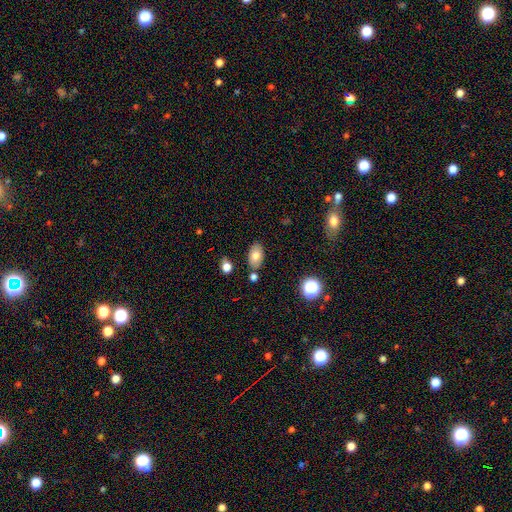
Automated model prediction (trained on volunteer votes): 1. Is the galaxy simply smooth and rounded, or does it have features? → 75% smooth, 16% featured or disk, 9% star or artifact.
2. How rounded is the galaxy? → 91% in between, 8% round, 2% cigar-shaped.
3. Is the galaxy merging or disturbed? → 79% none, 12% minor disturbance, 6% merger, 3% major disturbance.